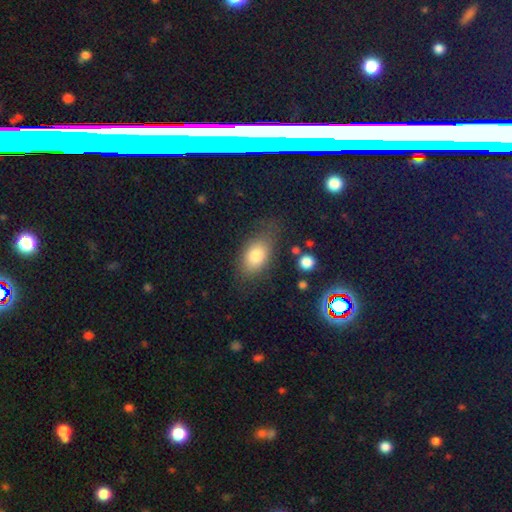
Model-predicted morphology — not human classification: type=smooth (78%); roundness=in between (86%); merging=none (64%).